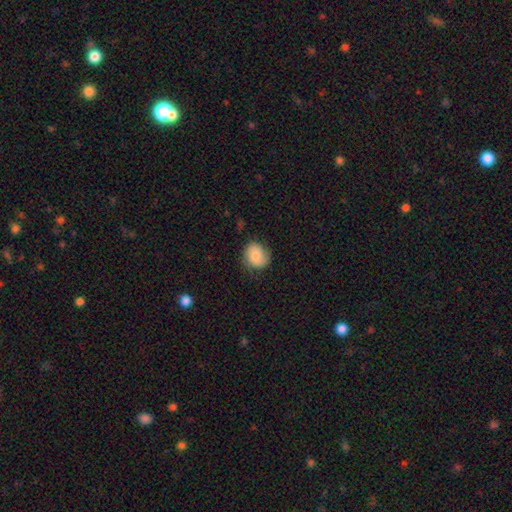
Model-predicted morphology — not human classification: A smooth galaxy with no disk features (77%) that is round (68%). Merging: none (72%).